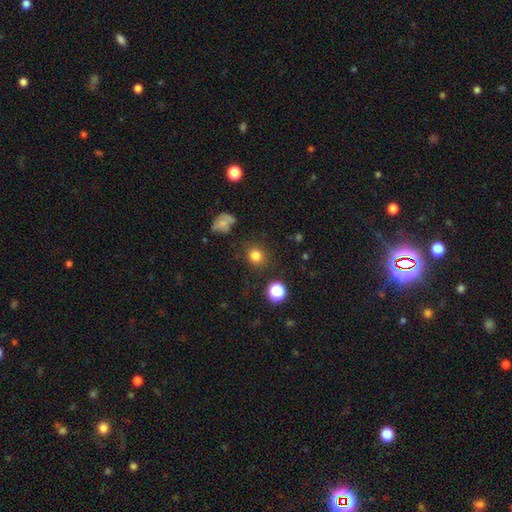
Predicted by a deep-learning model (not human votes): Q: Smooth or featured?
A: smooth (80%); runner-up: star or artifact (15%)
Q: How rounded?
A: round (82%); runner-up: in between (17%)
Q: Merging?
A: none (85%); runner-up: minor disturbance (9%)